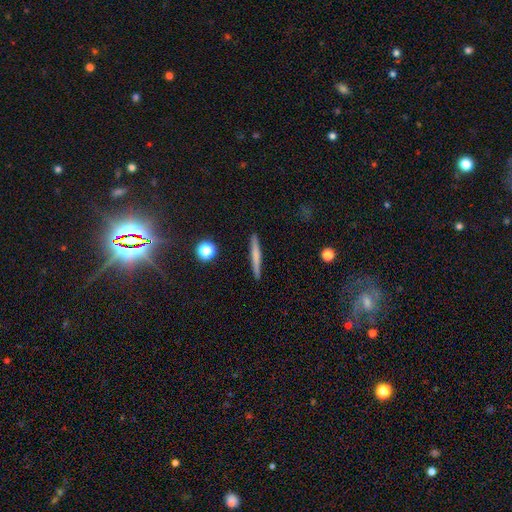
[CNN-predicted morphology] A smooth galaxy with no disk features (60%) that is cigar-shaped (95%). Merging: none (91%).